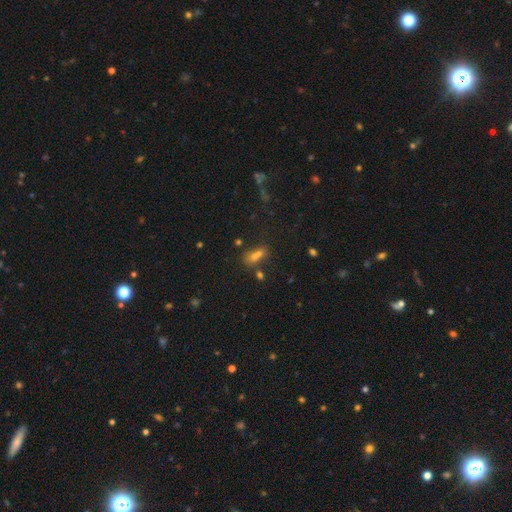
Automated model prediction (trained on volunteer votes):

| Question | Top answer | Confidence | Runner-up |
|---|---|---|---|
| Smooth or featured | smooth | 54% | star or artifact (31%) |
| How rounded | in between | 60% | round (27%) |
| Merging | none | 47% | merger (35%) |